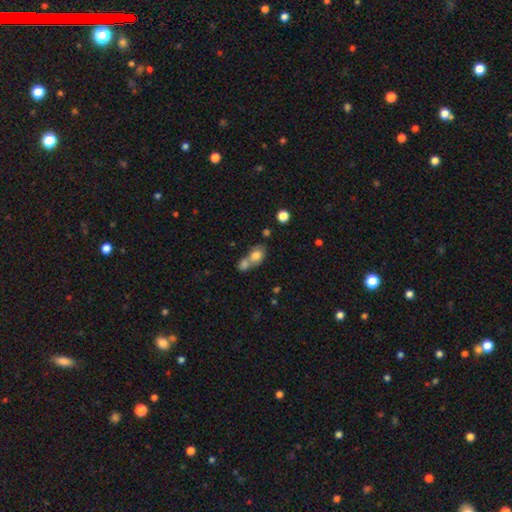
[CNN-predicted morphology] Smooth or featured? smooth (76%)
How rounded? in between (65%)
Merging? merger (63%)